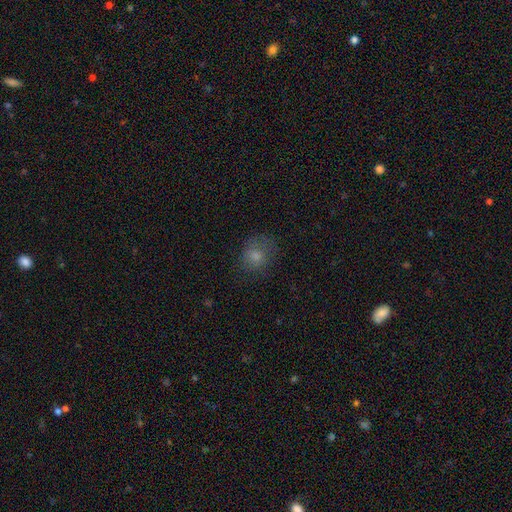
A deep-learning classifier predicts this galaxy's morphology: A smooth galaxy with no disk features (74%) that is round (69%). Merging: none (66%).